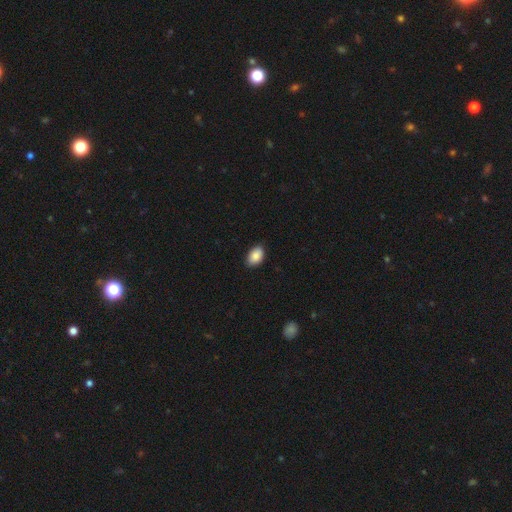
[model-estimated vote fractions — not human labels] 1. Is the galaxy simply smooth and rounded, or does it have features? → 88% smooth, 7% star or artifact, 5% featured or disk.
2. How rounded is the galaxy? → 89% in between, 10% round, 1% cigar-shaped.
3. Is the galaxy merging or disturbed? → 86% none, 11% minor disturbance, 2% major disturbance, 1% merger.